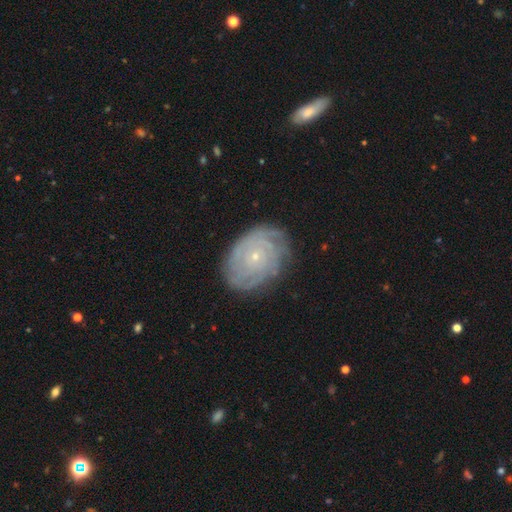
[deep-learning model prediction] Smooth or featured? Predicted: featured or disk (p=0.68). Edge-on disk? Predicted: no (p=0.96). Bar? Predicted: no (p=0.84). Spiral arms? Predicted: yes (p=0.89). Spiral winding? Predicted: tight (p=0.80). Spiral arm count? Predicted: can't tell (p=0.48). Bulge size? Predicted: small (p=0.79). Merging? Predicted: none (p=0.81).